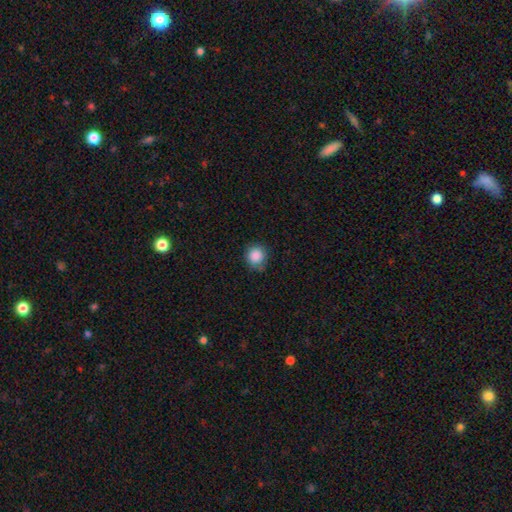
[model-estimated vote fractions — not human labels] Smooth or featured: smooth — 87% (star or artifact — 9%)
How rounded: round — 91% (in between — 8%)
Merging: none — 78% (minor disturbance — 17%)